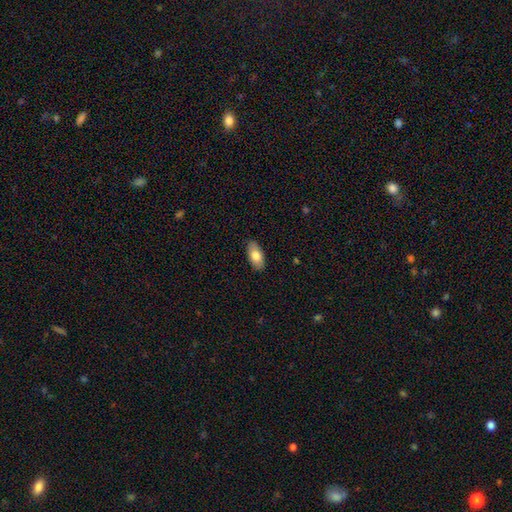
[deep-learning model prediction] Q: Smooth or featured?
A: smooth (79%); runner-up: featured or disk (15%)
Q: How rounded?
A: in between (90%); runner-up: cigar-shaped (7%)
Q: Merging?
A: none (88%); runner-up: minor disturbance (9%)